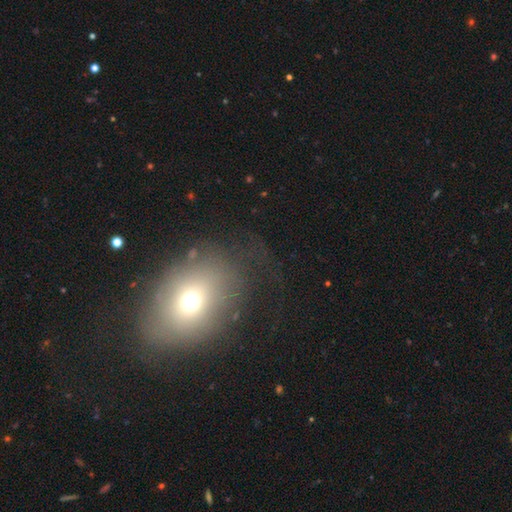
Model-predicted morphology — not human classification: type=smooth (60%); roundness=in between (64%); merging=none (69%).